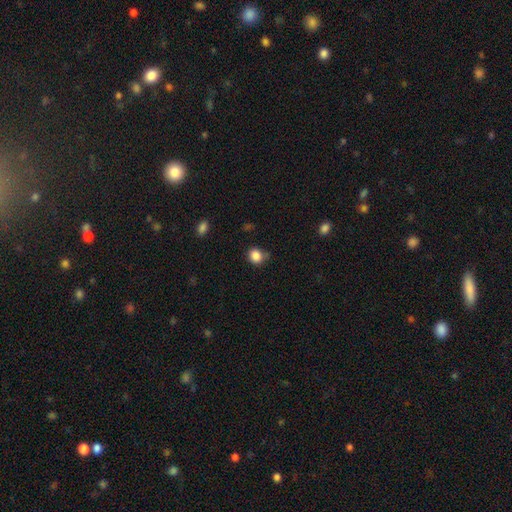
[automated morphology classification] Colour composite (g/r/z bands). It shows a smooth galaxy with no disk features (86%) that is round (75%). Merging: none (72%).